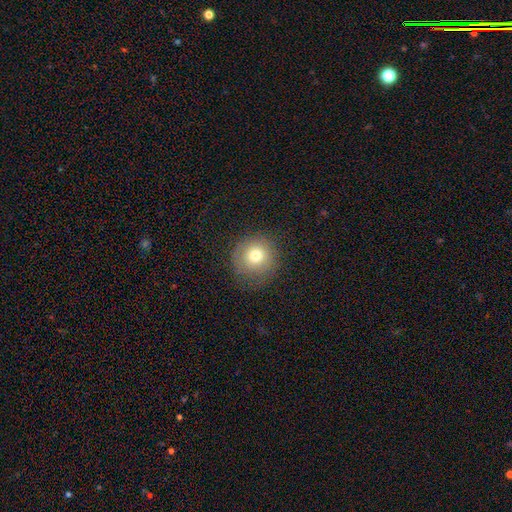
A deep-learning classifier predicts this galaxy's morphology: Smooth or featured: smooth — 74% (featured or disk — 14%)
How rounded: round — 92% (in between — 7%)
Merging: none — 80% (minor disturbance — 13%)